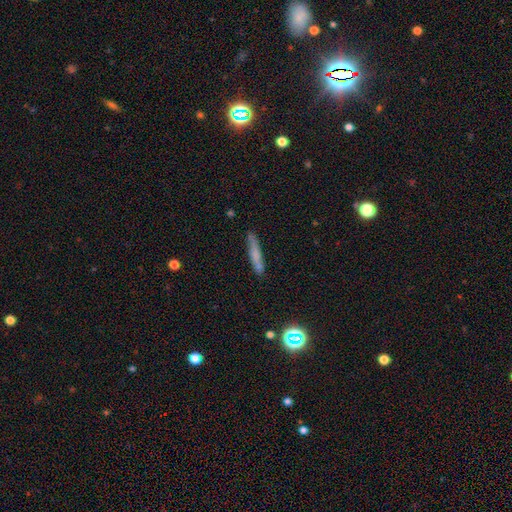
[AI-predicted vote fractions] A smooth galaxy with no disk features (62%) that is cigar-shaped (91%). Merging: none (81%).